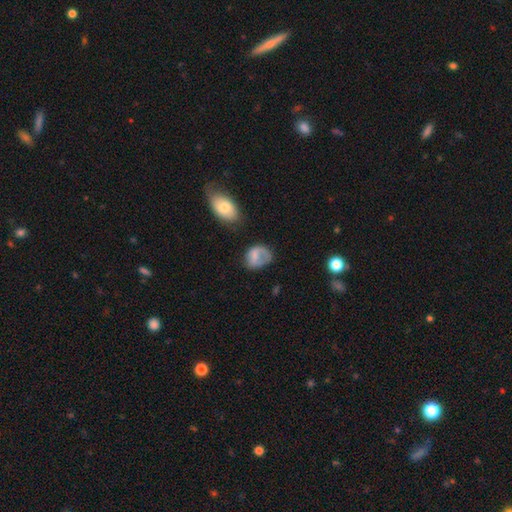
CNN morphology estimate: The model was most divided on "merging": none: 42%, minor disturbance: 29%, major disturbance: 24%, merger: 5%. More confident: smooth or featured — smooth (69%); how rounded — in between (63%).